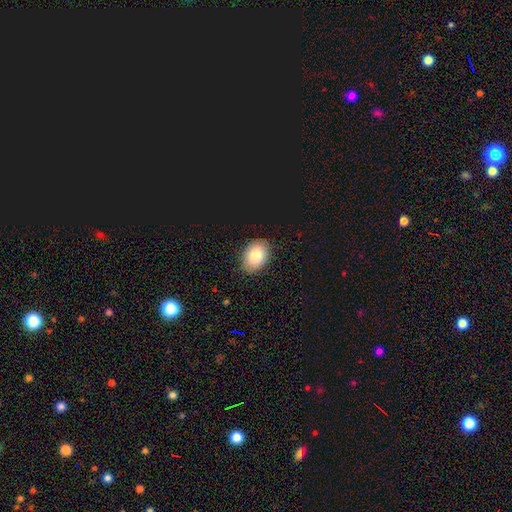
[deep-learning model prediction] smooth-or-featured: smooth: 84% | star or artifact: 8% | featured or disk: 7%
  how-rounded: in between: 70% | round: 29% | cigar-shaped: 1%
  merging: none: 86% | minor disturbance: 10% | major disturbance: 2% | merger: 1%